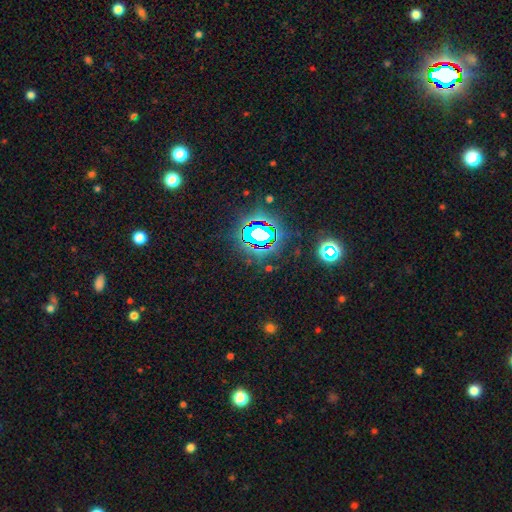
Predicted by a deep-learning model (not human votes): Smooth or featured: star or artifact — 81% (smooth — 12%)